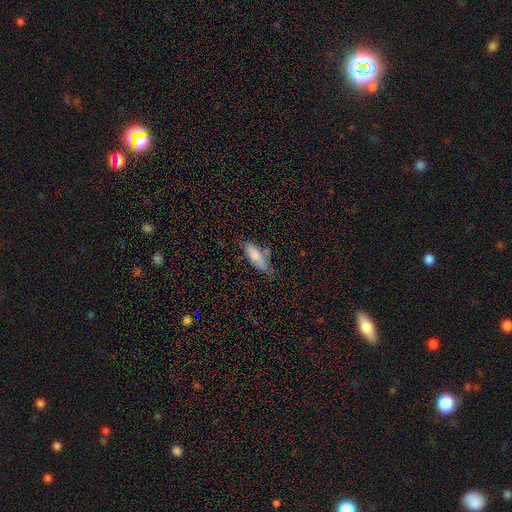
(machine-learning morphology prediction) Smooth or featured? smooth (79%)
How rounded? in between (57%)
Merging? none (56%)